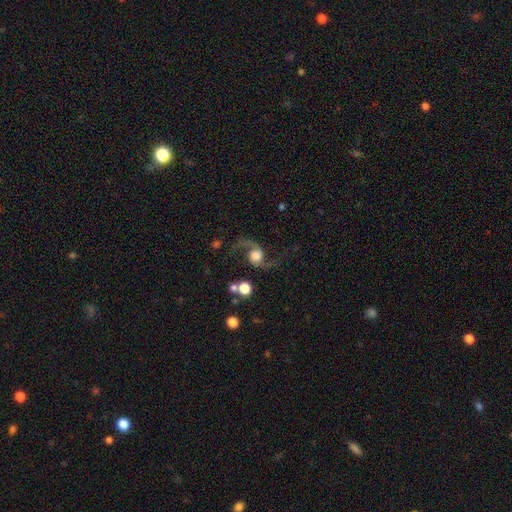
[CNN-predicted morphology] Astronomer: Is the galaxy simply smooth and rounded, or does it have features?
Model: featured or disk — 81%.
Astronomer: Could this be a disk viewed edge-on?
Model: no — 97%.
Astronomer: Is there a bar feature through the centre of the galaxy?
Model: no — 69%.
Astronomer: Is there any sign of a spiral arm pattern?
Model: yes — 96%.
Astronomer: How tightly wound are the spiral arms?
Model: loose — 85%.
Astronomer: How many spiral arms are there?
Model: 2 — 89%.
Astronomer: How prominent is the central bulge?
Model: large — 45% (runner-up: moderate, 24%).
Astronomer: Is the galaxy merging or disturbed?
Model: none — 65%.